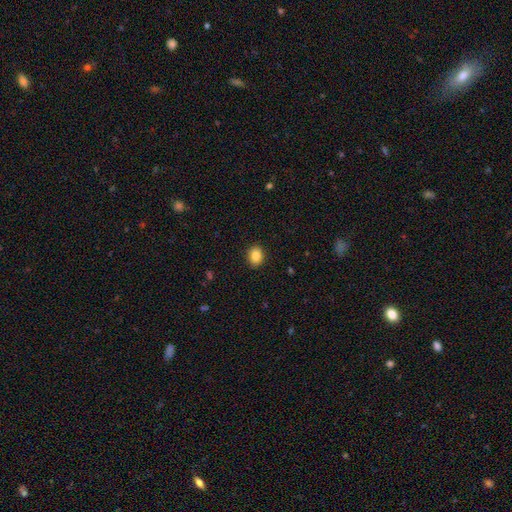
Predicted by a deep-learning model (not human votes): This appears to be a smooth galaxy with no disk features (86%) that is in between round and cigar-shaped (53%). Merging: none (90%).